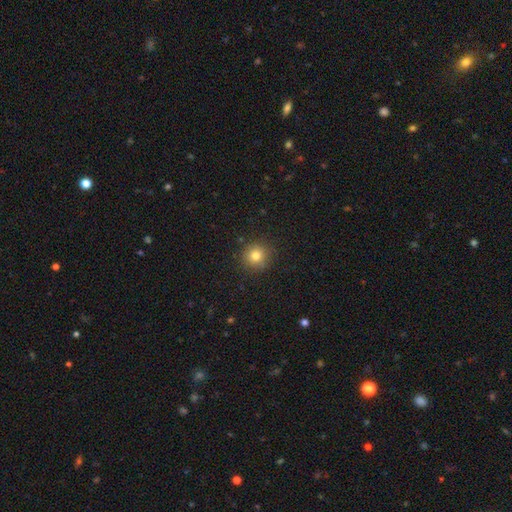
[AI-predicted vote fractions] Smooth or featured?
  - smooth: 80% *
  - star or artifact: 13%
  - featured or disk: 7%
How rounded?
  - round: 92% *
  - in between: 7%
  - cigar-shaped: 1%
Merging?
  - none: 89% *
  - minor disturbance: 7%
  - major disturbance: 2%
  - merger: 1%